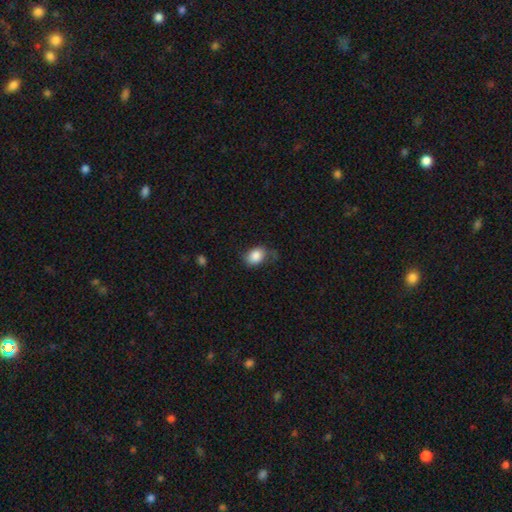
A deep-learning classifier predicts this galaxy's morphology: This appears to be a smooth galaxy with no disk features (85%) that is in between round and cigar-shaped (70%). Merging: none (60%).